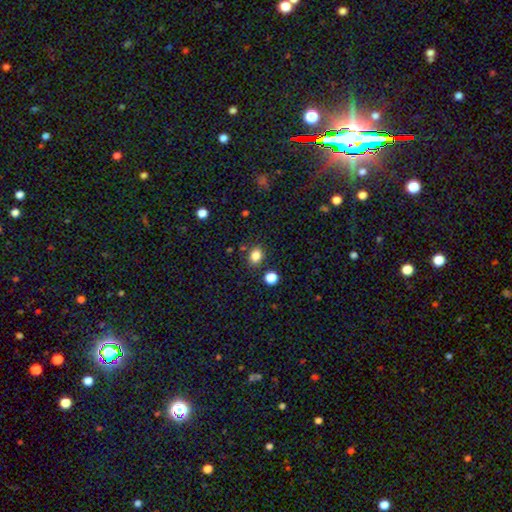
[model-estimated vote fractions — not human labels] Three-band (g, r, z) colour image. It shows a smooth galaxy with no disk features (83%) that is in between round and cigar-shaped (50%). Merging: none (82%).